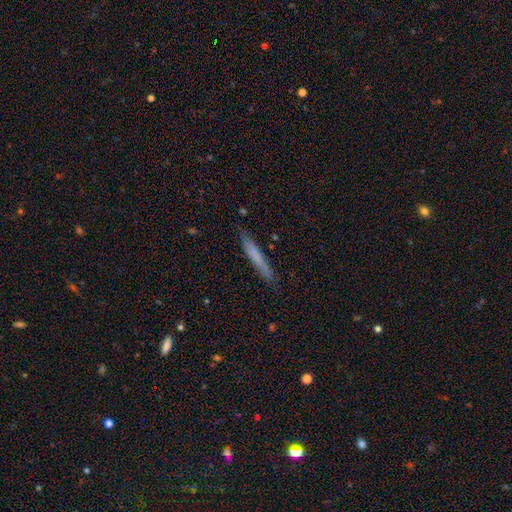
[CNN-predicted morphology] Smooth or featured? Predicted: smooth (p=0.66). How rounded? Predicted: cigar-shaped (p=0.95). Merging? Predicted: none (p=0.84).